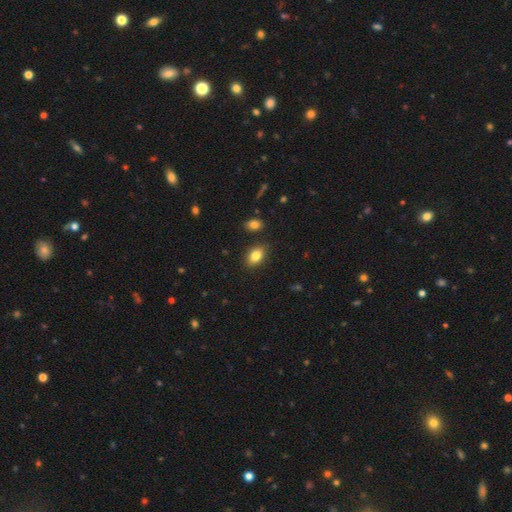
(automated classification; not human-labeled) smooth_or_featured: smooth (p=0.83) [alt: star or artifact p=0.09]
how_rounded: in between (p=0.83) [alt: round p=0.15]
merging: none (p=0.85) [alt: minor disturbance p=0.09]